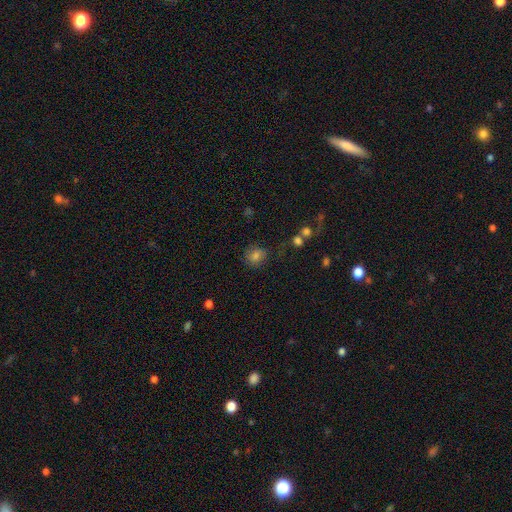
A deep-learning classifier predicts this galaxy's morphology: A smooth galaxy with no disk features (77%) that is round (76%).

Vote fractions:
- Smooth or featured? smooth: 77% / star or artifact: 14% / featured or disk: 9%
- How rounded? round: 76% / in between: 23% / cigar-shaped: 1%
- Merging? none: 75% / minor disturbance: 15% / major disturbance: 5% / merger: 5%